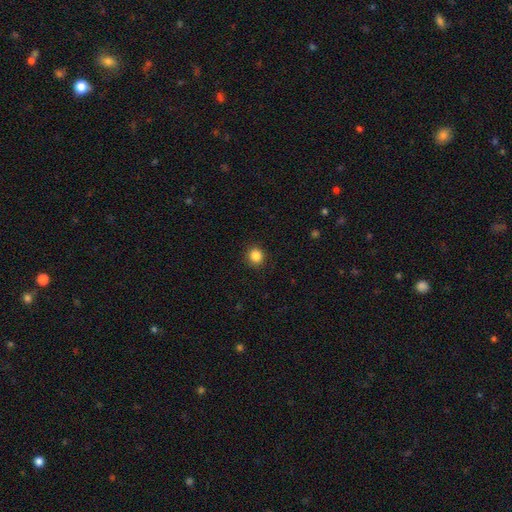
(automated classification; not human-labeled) This is clearly a smooth galaxy (85%). How rounded: clearly round (88%). Merging: clearly none (91%).